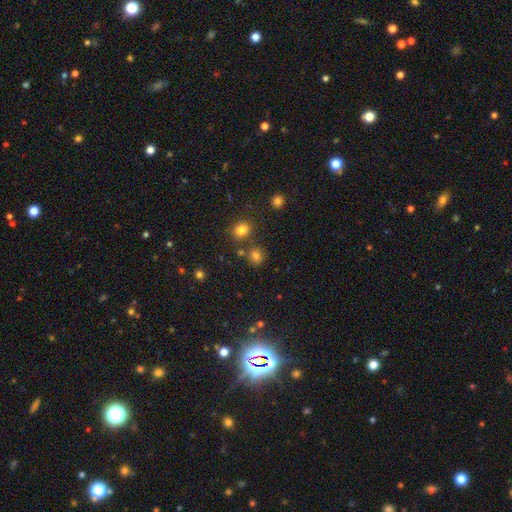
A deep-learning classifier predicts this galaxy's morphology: Smooth or featured: smooth — 76% (star or artifact — 17%)
How rounded: round — 79% (in between — 20%)
Merging: none — 75% (merger — 11%)